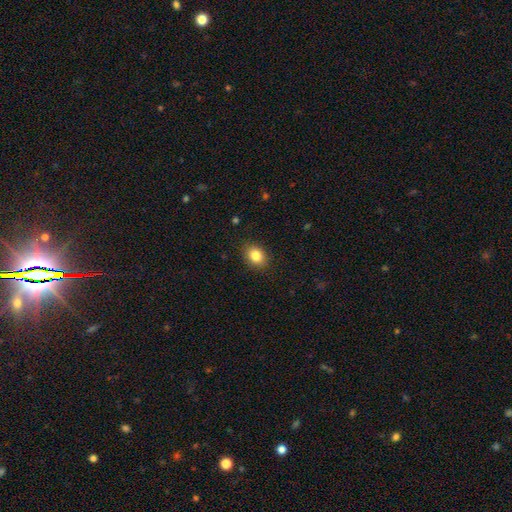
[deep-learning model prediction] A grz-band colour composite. It shows a smooth galaxy with no disk features (84%) that is in between round and cigar-shaped (56%). Merging: none (88%).